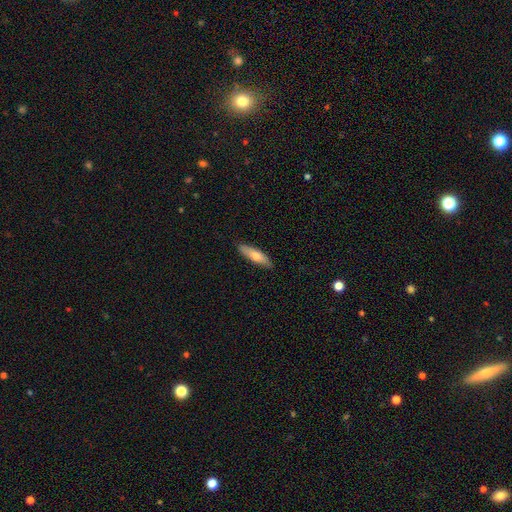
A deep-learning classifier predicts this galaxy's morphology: A smooth galaxy with no disk features (72%) that is cigar-shaped (64%).

Vote fractions:
- Smooth or featured? smooth: 72% / featured or disk: 23% / star or artifact: 5%
- How rounded? cigar-shaped: 64% / in between: 35% / round: 2%
- Merging? none: 87% / minor disturbance: 10% / major disturbance: 2% / merger: 1%